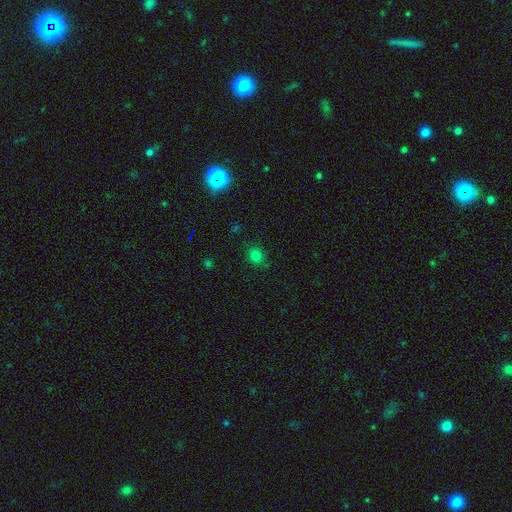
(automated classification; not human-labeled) The model was most divided on "how rounded": round: 75%, in between: 24%, cigar-shaped: 1%. More confident: merging — none (85%); smooth or featured — smooth (78%).